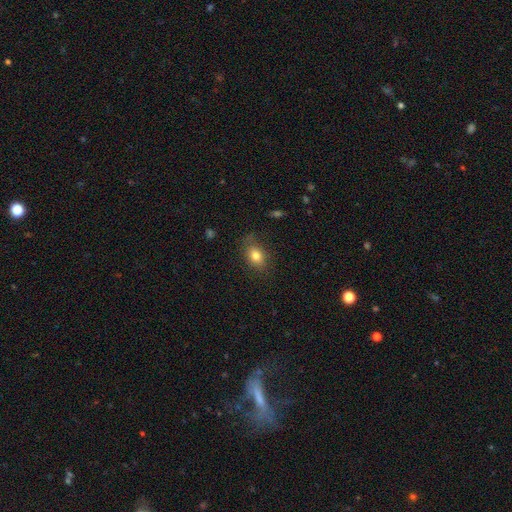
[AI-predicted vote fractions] Overall: smooth (79%). How rounded: in between (75%). Merging: none (74%).